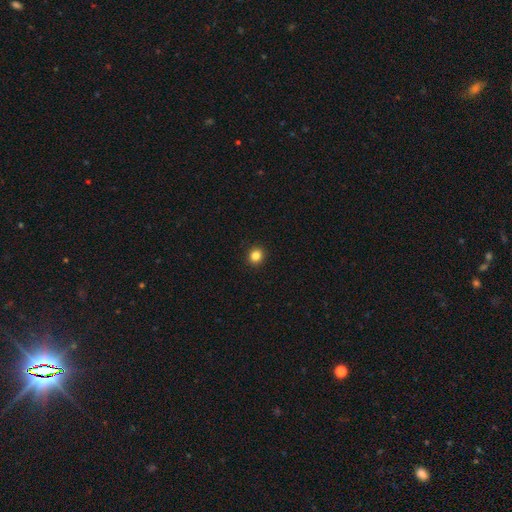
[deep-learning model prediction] A smooth galaxy with no disk features (84%) that is round (86%). Merging: none (93%).